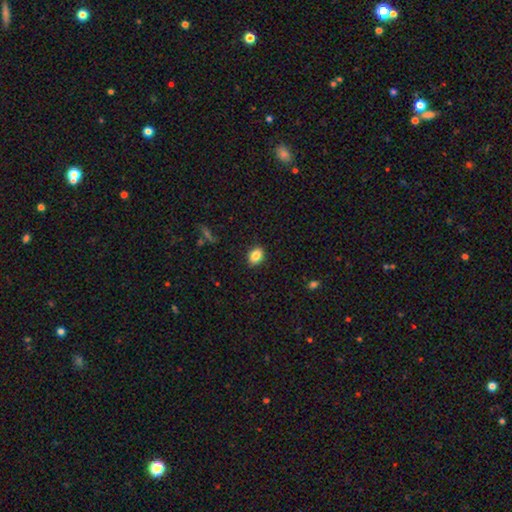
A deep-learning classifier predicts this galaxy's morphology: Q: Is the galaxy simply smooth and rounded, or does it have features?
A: smooth — 84%.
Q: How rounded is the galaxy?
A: in between — 75%.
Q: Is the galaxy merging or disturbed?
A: none — 88%.